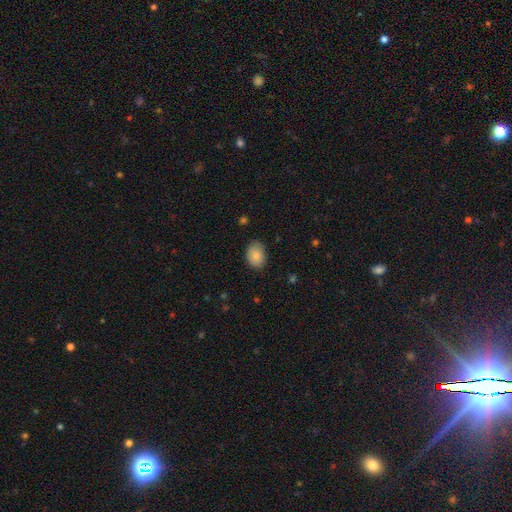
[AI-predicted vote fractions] Overall: smooth (85%). How rounded: in between (78%). Merging: none (84%).